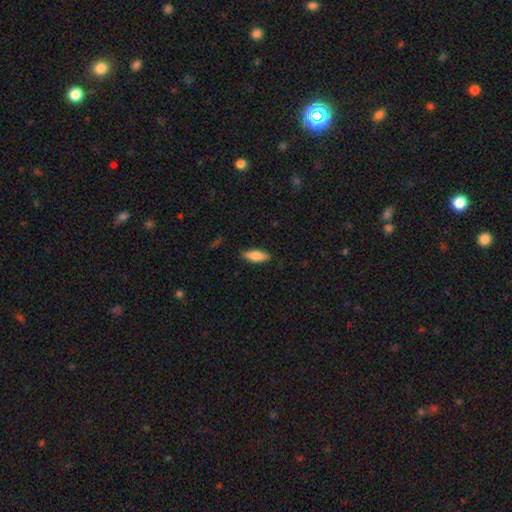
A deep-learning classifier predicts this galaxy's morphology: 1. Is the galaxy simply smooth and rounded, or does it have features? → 74% smooth, 20% featured or disk, 6% star or artifact.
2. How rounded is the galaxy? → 61% in between, 36% cigar-shaped, 2% round.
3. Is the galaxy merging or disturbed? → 86% none, 11% minor disturbance, 2% major disturbance, 1% merger.